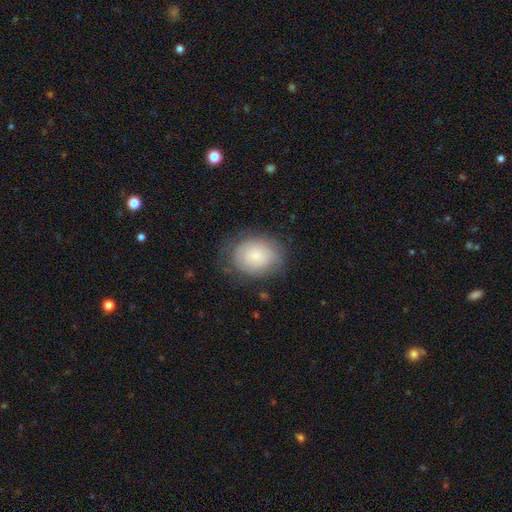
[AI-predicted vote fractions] A smooth galaxy with no disk features (67%) that is in between round and cigar-shaped (52%). Merging: none (73%).